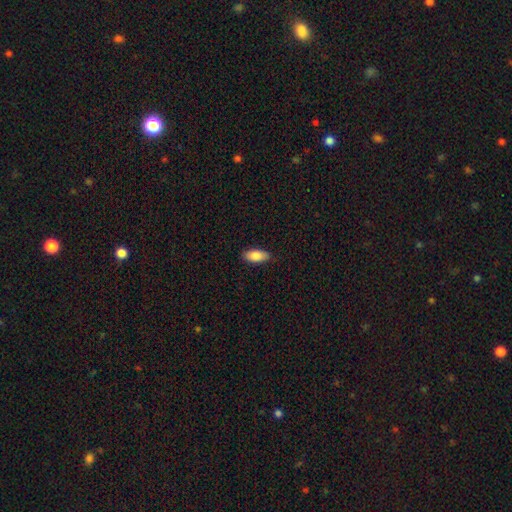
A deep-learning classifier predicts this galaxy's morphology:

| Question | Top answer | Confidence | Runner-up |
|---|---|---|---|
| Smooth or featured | smooth | 86% | featured or disk (8%) |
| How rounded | in between | 87% | cigar-shaped (10%) |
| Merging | none | 86% | minor disturbance (11%) |